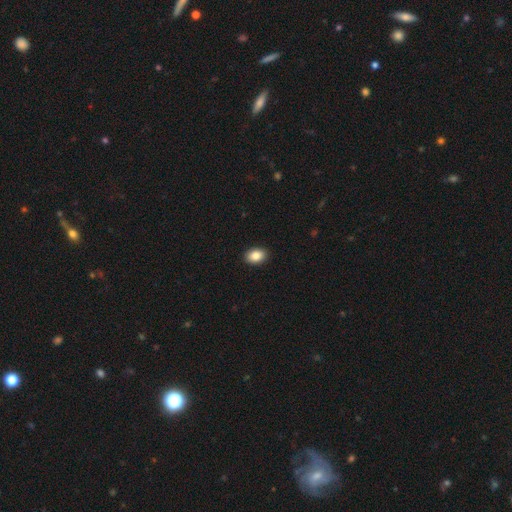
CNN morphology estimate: A smooth galaxy with no disk features (87%) that is in between round and cigar-shaped (82%). Merging: none (92%).